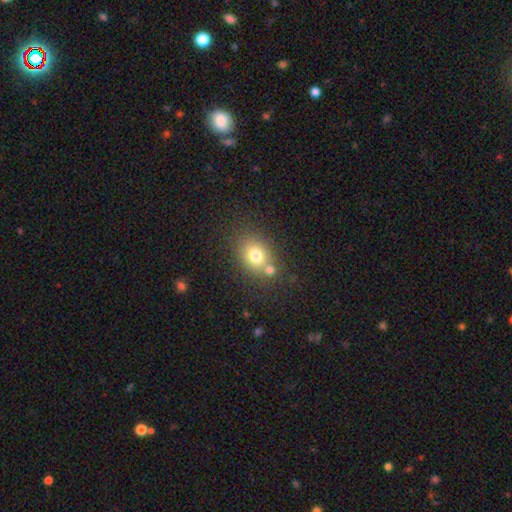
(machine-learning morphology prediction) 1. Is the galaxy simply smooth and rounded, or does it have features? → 74% smooth, 13% star or artifact, 13% featured or disk.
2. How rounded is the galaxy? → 51% in between, 48% round, 1% cigar-shaped.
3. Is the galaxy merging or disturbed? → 59% none, 25% merger, 12% minor disturbance, 4% major disturbance.